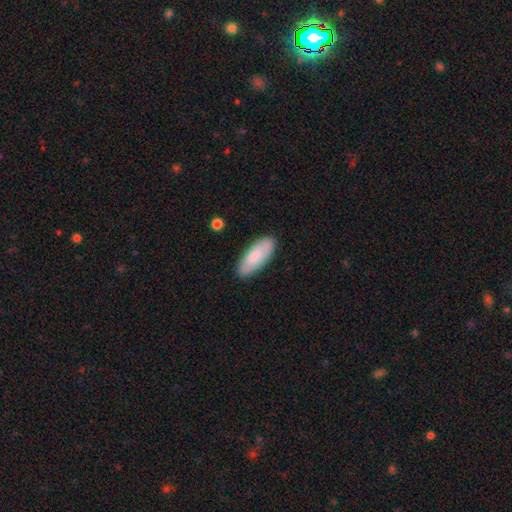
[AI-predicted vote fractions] smooth_or_featured: smooth (p=0.79) [alt: featured or disk p=0.16]
how_rounded: in between (p=0.81) [alt: cigar-shaped p=0.18]
merging: none (p=0.85) [alt: minor disturbance p=0.11]